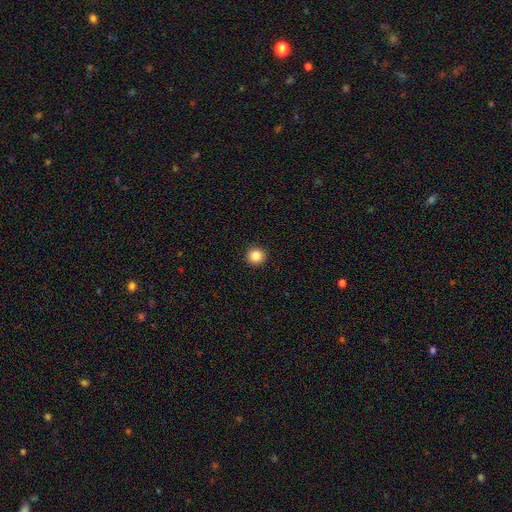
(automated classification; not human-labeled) Smooth or featured: smooth — 87% (star or artifact — 10%)
How rounded: round — 93% (in between — 7%)
Merging: none — 93% (minor disturbance — 5%)